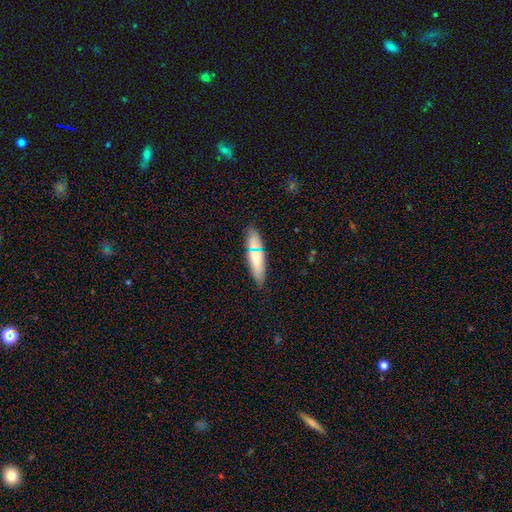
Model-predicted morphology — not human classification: Smooth or featured? smooth (69%)
How rounded? cigar-shaped (58%)
Merging? none (84%)